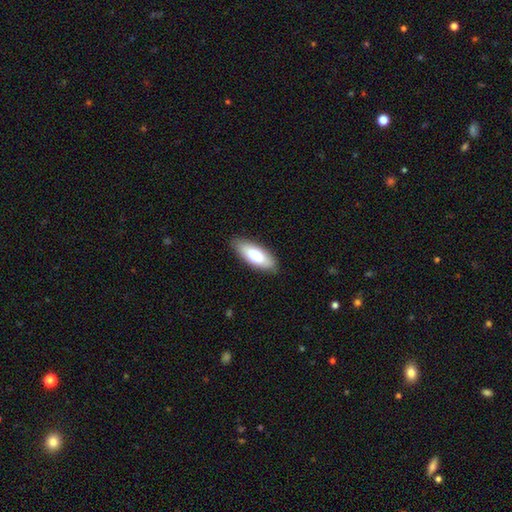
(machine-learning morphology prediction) smooth 78%, featured or disk 16%, star or artifact 5%. Down the decision tree: how rounded — in between (73%); merging — none (86%).